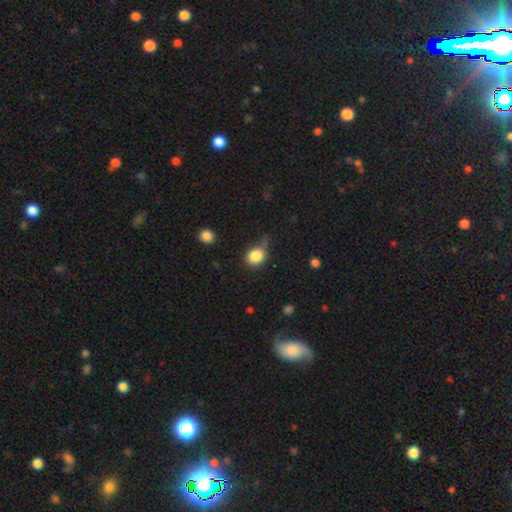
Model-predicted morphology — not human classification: This appears to be a smooth galaxy with no disk features (85%) that is round (59%). Merging: none (62%).